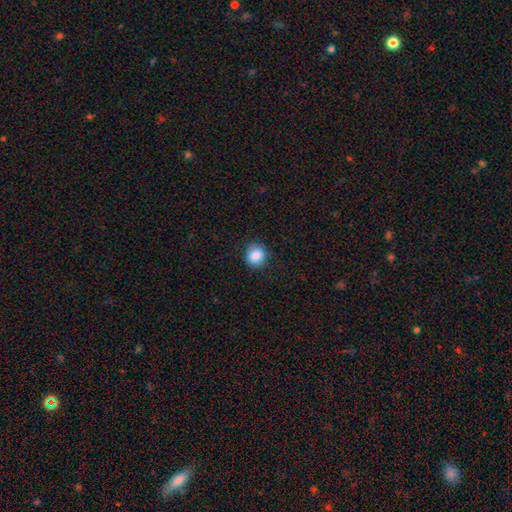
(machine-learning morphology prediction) Smooth or featured?
  - smooth: 86% *
  - star or artifact: 9%
  - featured or disk: 5%
How rounded?
  - round: 85% *
  - in between: 14%
  - cigar-shaped: 1%
Merging?
  - none: 86% *
  - minor disturbance: 11%
  - major disturbance: 3%
  - merger: 1%